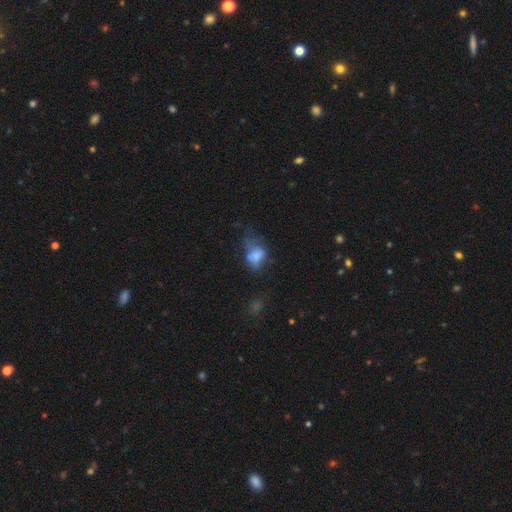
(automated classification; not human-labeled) This appears to be a smooth galaxy with no disk features (65%) that is in between round and cigar-shaped (71%). Merging: major disturbance (38%).